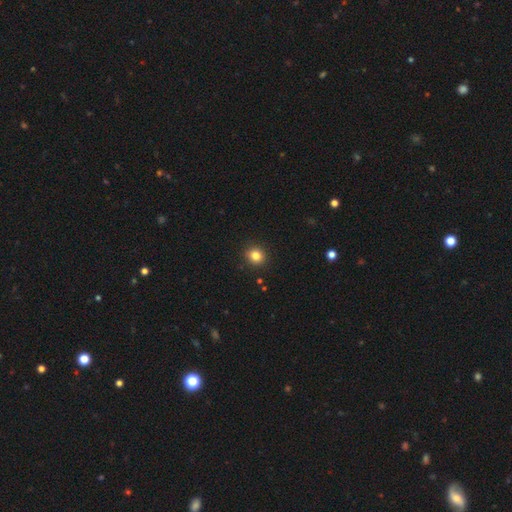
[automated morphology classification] smooth-or-featured: smooth: 83% | star or artifact: 12% | featured or disk: 5%
  how-rounded: round: 86% | in between: 13% | cigar-shaped: 1%
  merging: none: 92% | minor disturbance: 5% | major disturbance: 2% | merger: 1%